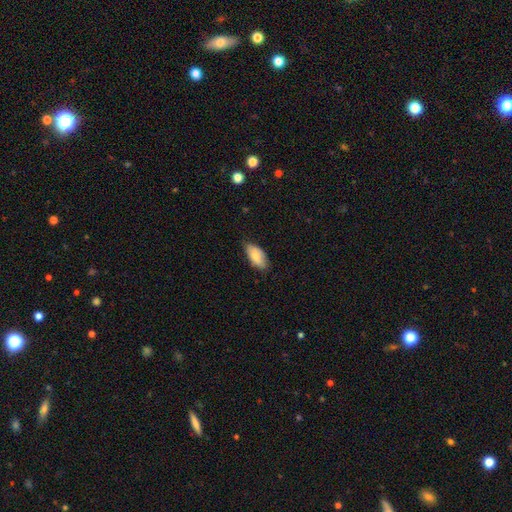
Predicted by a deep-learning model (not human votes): Smooth or featured? Predicted: smooth (p=0.79). How rounded? Predicted: in between (p=0.93). Merging? Predicted: none (p=0.72).